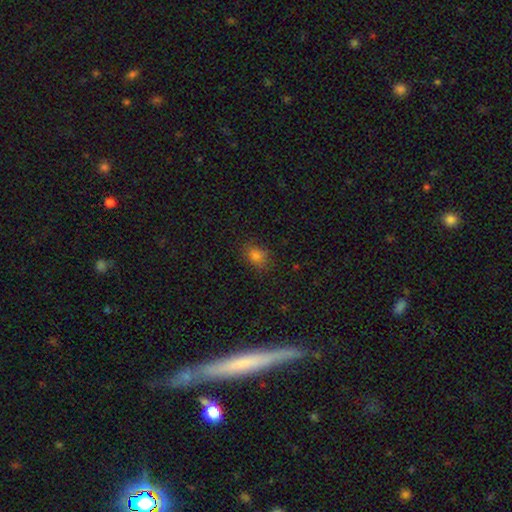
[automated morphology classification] Q: Smooth or featured?
A: smooth (80%); runner-up: star or artifact (14%)
Q: How rounded?
A: in between (62%); runner-up: round (36%)
Q: Merging?
A: none (80%); runner-up: minor disturbance (15%)